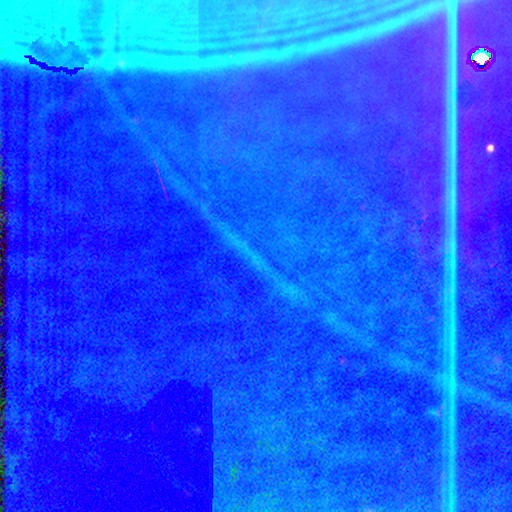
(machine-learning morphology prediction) This appears to be a star or artifact, not a galaxy (84%).